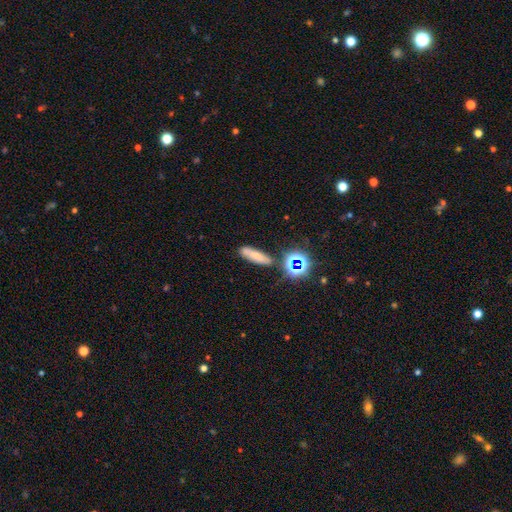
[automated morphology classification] smooth-or-featured: smooth: 69% | star or artifact: 19% | featured or disk: 12%
  how-rounded: cigar-shaped: 68% | in between: 25% | round: 8%
  merging: none: 77% | minor disturbance: 12% | merger: 7% | major disturbance: 4%